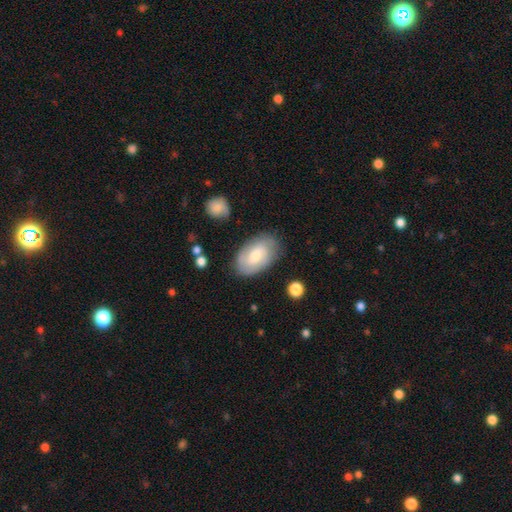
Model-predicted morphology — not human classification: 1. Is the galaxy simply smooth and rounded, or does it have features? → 47% smooth (tied), 47% featured or disk (tied), 6% star or artifact.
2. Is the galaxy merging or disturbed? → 77% none, 17% minor disturbance, 4% major disturbance, 2% merger.